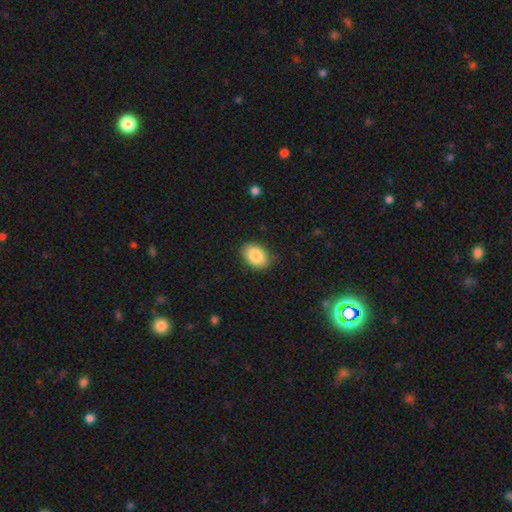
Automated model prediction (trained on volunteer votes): The model was most divided on "how rounded": in between: 81%, round: 18%, cigar-shaped: 1%. More confident: smooth or featured — smooth (86%); merging — none (84%).